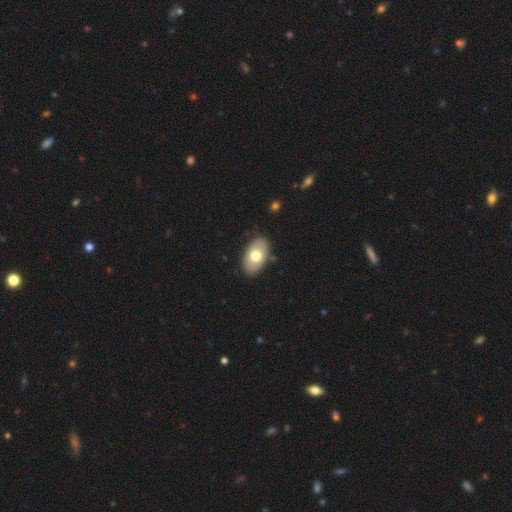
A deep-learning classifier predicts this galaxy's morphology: A smooth galaxy with no disk features (70%) that is in between round and cigar-shaped (92%).

Vote fractions:
- Smooth or featured? smooth: 70% / featured or disk: 24% / star or artifact: 6%
- How rounded? in between: 92% / round: 6% / cigar-shaped: 1%
- Merging? none: 84% / minor disturbance: 12% / major disturbance: 3% / merger: 2%